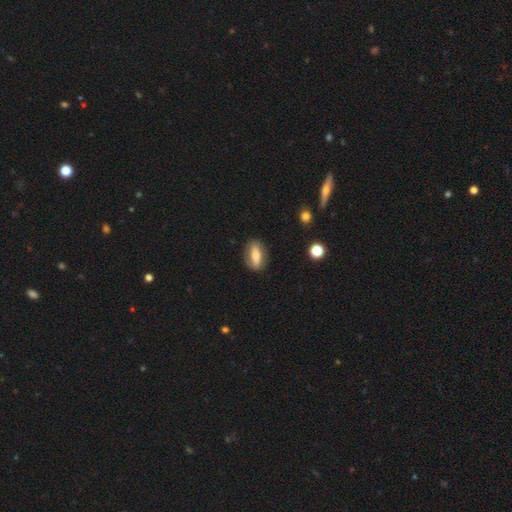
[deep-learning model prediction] Smooth or featured: smooth — 61% (featured or disk — 32%)
How rounded: in between — 70% (cigar-shaped — 25%)
Merging: none — 83% (minor disturbance — 12%)